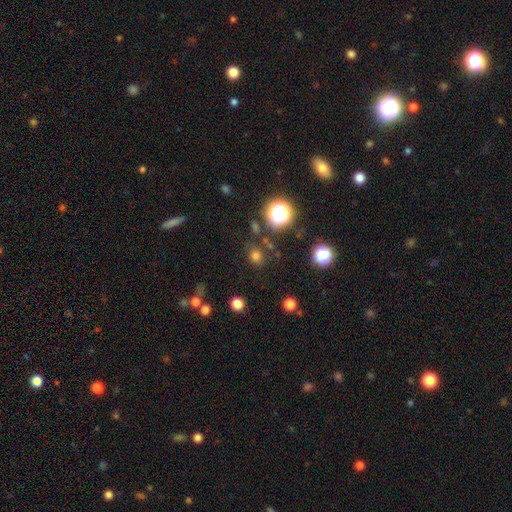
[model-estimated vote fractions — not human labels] Smooth or featured? Predicted: smooth (p=0.69). How rounded? Predicted: round (p=0.66). Merging? Predicted: none (p=0.77).